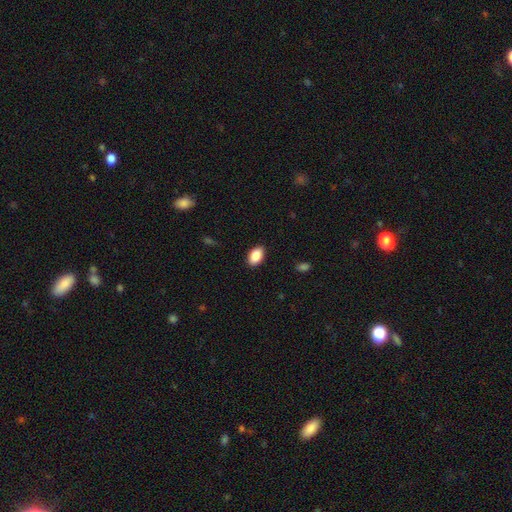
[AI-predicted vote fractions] Smooth or featured? Predicted: smooth (p=0.89). How rounded? Predicted: in between (p=0.92). Merging? Predicted: none (p=0.89).